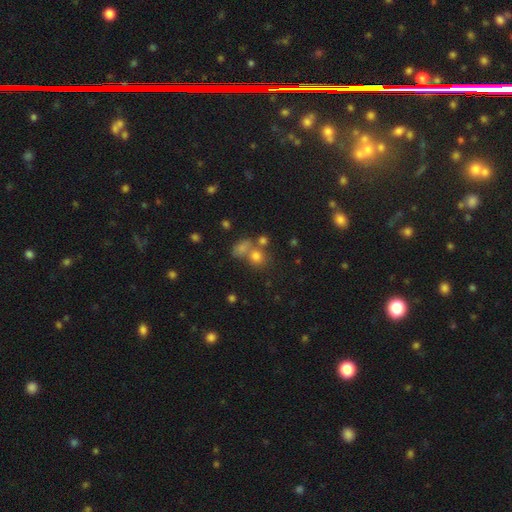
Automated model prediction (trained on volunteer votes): Smooth or featured?
  - smooth: 70% *
  - star or artifact: 18%
  - featured or disk: 11%
How rounded?
  - round: 75% *
  - in between: 24%
  - cigar-shaped: 1%
Merging?
  - none: 50% *
  - merger: 34%
  - minor disturbance: 10%
  - major disturbance: 6%